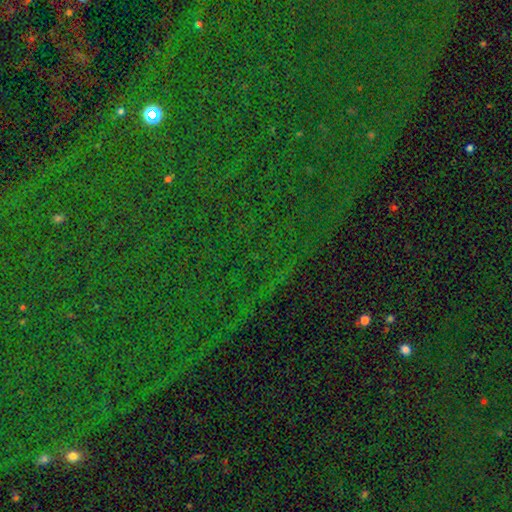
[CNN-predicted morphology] Q: Smooth or featured?
A: star or artifact (83%); runner-up: smooth (9%)